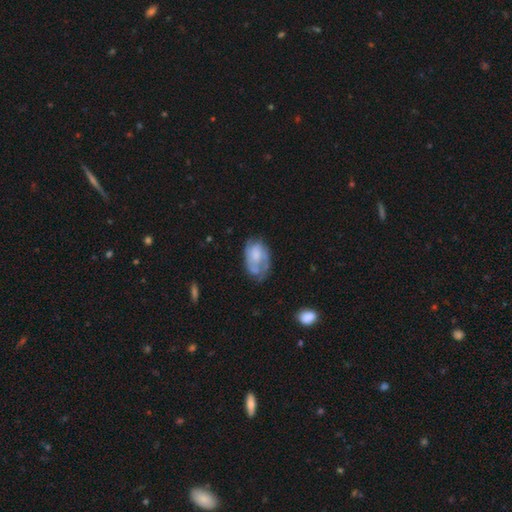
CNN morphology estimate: Smooth or featured? featured or disk (57%)
Edge-on disk? no (97%)
Bar? no (73%)
Spiral arms? yes (70%)
Bulge size? none (31%)
Merging? none (48%)